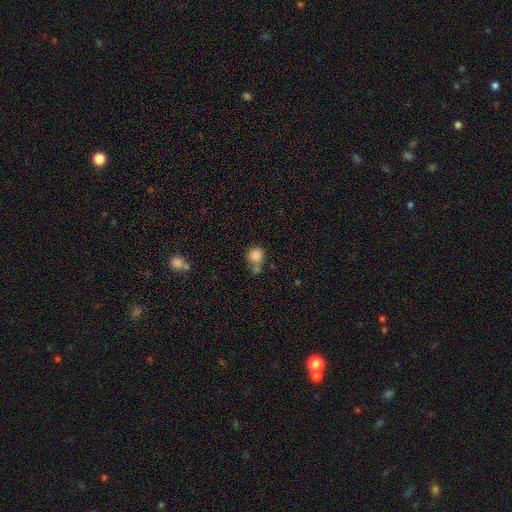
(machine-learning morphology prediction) This appears to be a smooth galaxy with no disk features (84%) that is round (84%). Merging: none (47%).